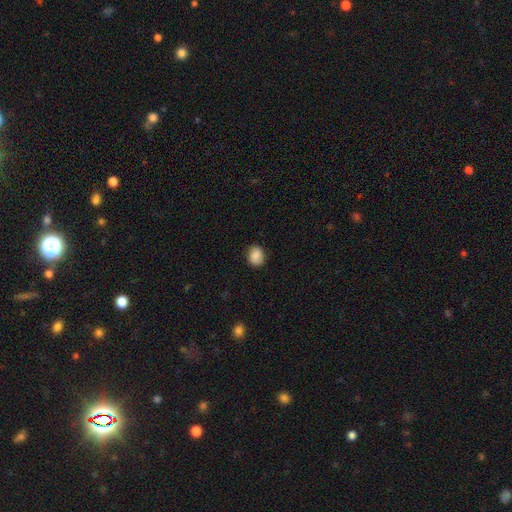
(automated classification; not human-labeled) smooth_or_featured: smooth (p=0.87) [alt: star or artifact p=0.08]
how_rounded: round (p=0.51) [alt: in between p=0.48]
merging: none (p=0.84) [alt: minor disturbance p=0.12]